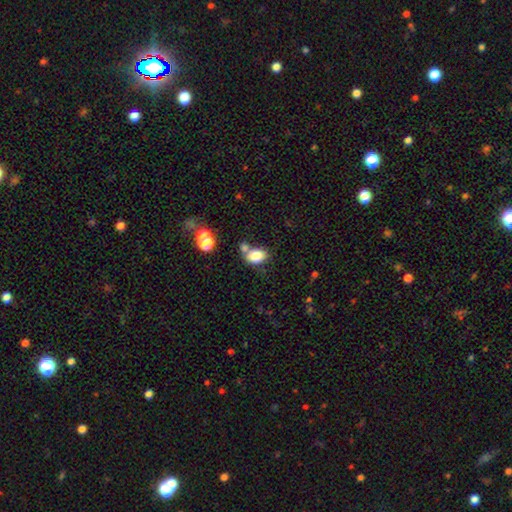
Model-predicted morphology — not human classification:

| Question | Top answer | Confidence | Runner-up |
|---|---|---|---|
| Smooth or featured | smooth | 80% | star or artifact (10%) |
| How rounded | in between | 77% | round (22%) |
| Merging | none | 49% | merger (31%) |